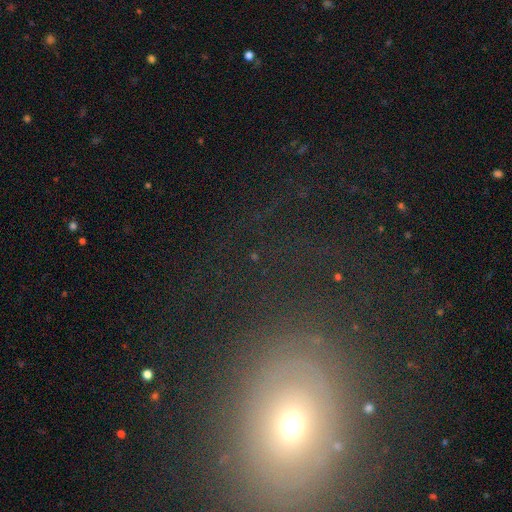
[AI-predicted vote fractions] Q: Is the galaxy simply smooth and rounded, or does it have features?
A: star or artifact — 42%.